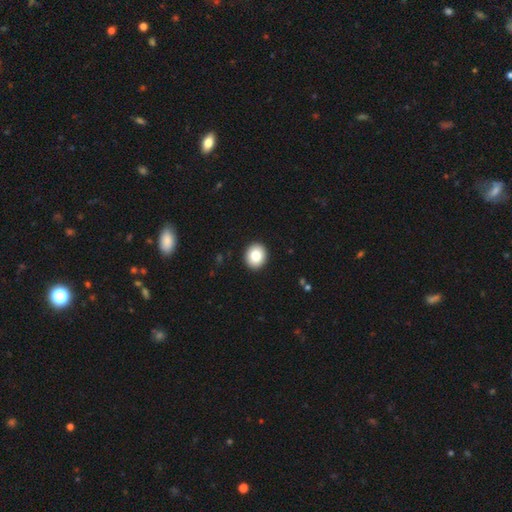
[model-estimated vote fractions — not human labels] Smooth or featured? smooth (84%)
How rounded? round (72%)
Merging? none (93%)